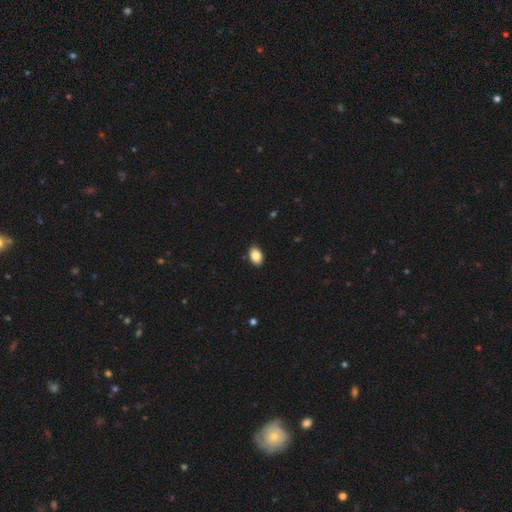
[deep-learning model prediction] Q: Smooth or featured?
A: smooth (85%); runner-up: star or artifact (8%)
Q: How rounded?
A: in between (86%); runner-up: round (13%)
Q: Merging?
A: none (86%); runner-up: minor disturbance (12%)